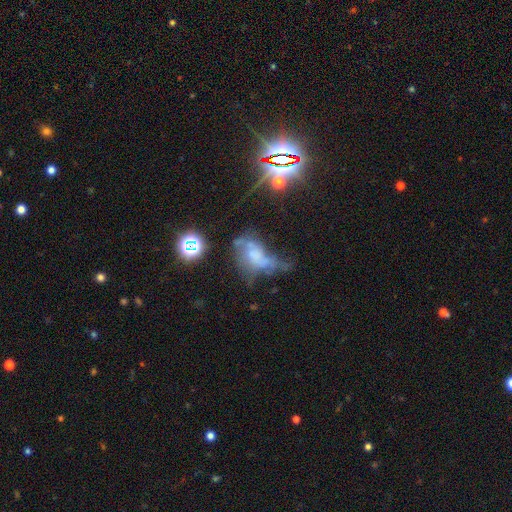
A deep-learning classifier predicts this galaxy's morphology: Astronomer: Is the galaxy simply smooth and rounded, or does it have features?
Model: featured or disk — 47% (runner-up: smooth, 31%).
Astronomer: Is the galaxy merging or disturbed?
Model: major disturbance — 42% (runner-up: none, 21%).